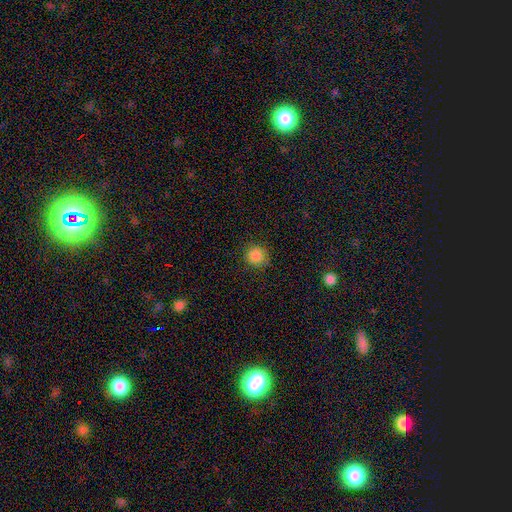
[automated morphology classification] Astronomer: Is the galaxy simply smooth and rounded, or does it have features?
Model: smooth — 85%.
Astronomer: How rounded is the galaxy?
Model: round — 91%.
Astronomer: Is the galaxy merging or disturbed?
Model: none — 85%.